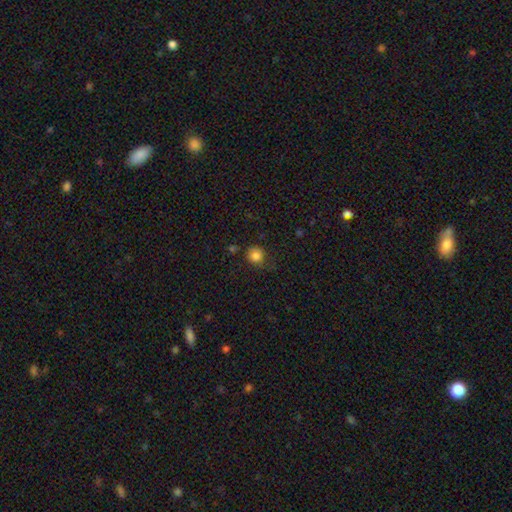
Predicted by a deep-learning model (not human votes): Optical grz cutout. It shows a smooth galaxy with no disk features (83%) that is round (89%). Merging: none (75%).